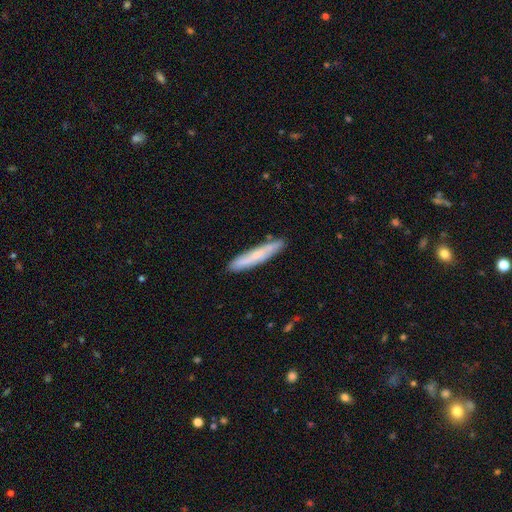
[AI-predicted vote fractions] smooth_or_featured: smooth (p=0.56) [alt: featured or disk p=0.37]
how_rounded: cigar-shaped (p=0.92) [alt: in between p=0.06]
merging: none (p=0.87) [alt: minor disturbance p=0.10]